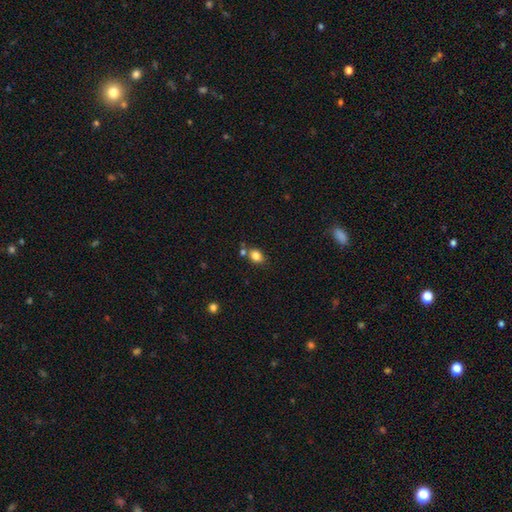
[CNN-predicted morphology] Q: Smooth or featured?
A: smooth (83%); runner-up: star or artifact (11%)
Q: How rounded?
A: in between (59%); runner-up: round (40%)
Q: Merging?
A: none (68%); runner-up: merger (16%)